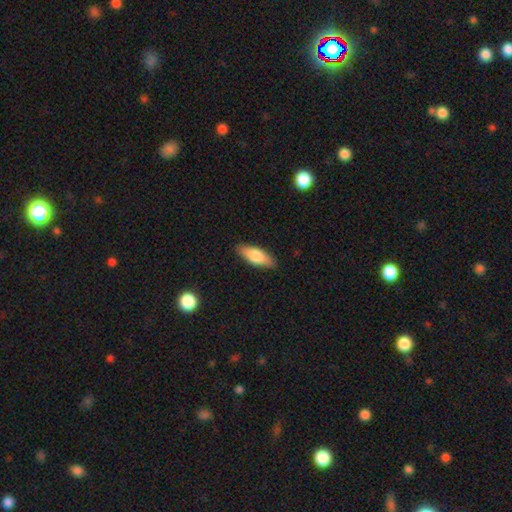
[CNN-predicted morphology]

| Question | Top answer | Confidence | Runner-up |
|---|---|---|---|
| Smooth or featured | smooth | 74% | featured or disk (21%) |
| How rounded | in between | 70% | cigar-shaped (28%) |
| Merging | none | 87% | minor disturbance (10%) |